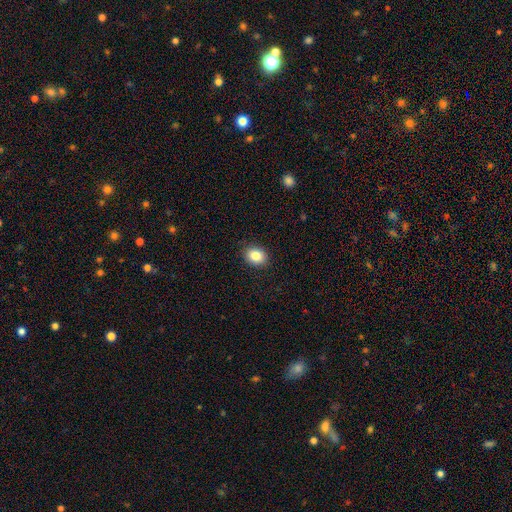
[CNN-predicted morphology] Overall: smooth (84%). How rounded: in between (53%; round 46%). Merging: none (90%).